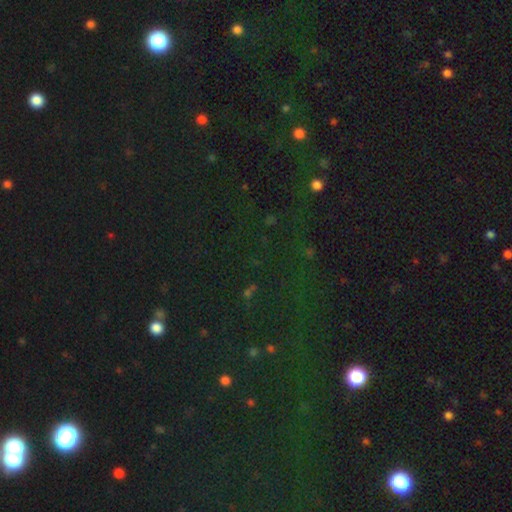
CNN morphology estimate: type=star or artifact (74%).